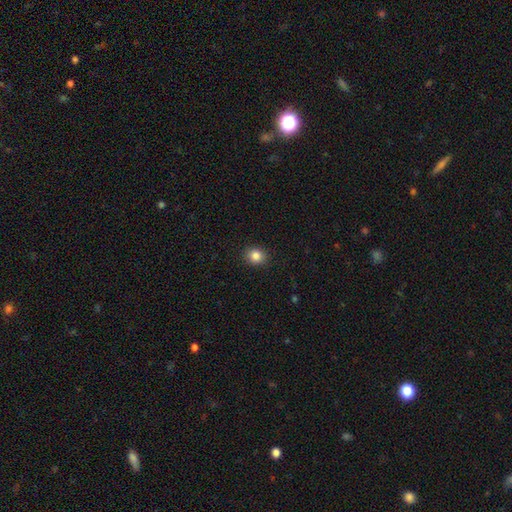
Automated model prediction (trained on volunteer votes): Overall: smooth (85%). How rounded: round (73%). Merging: none (91%).